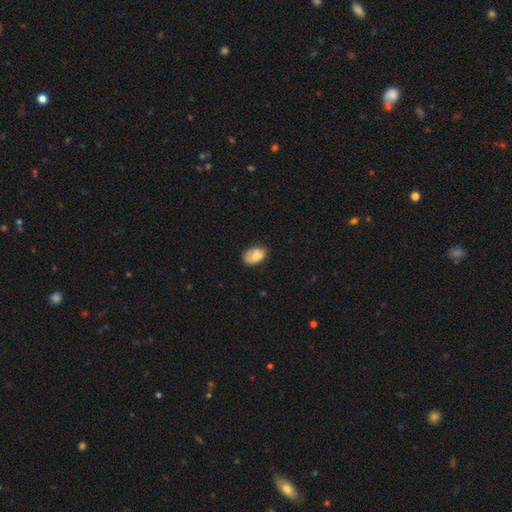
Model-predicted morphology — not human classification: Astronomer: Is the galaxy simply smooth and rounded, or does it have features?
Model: smooth — 64%.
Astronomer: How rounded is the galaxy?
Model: in between — 86%.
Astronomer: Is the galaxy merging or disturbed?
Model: none — 52% (runner-up: minor disturbance, 28%).